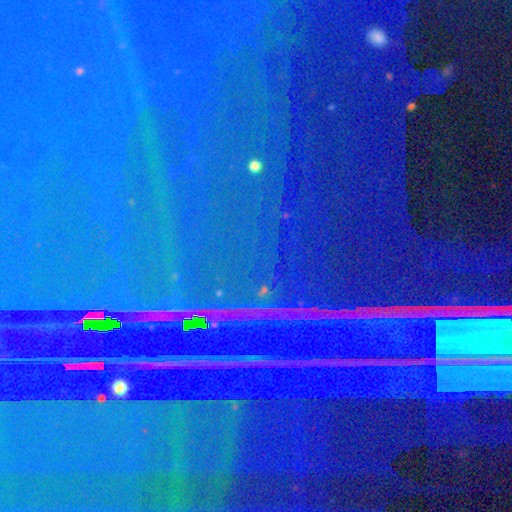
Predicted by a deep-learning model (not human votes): The model was most divided on "smooth or featured": star or artifact: 87%, featured or disk: 7%, smooth: 6%.